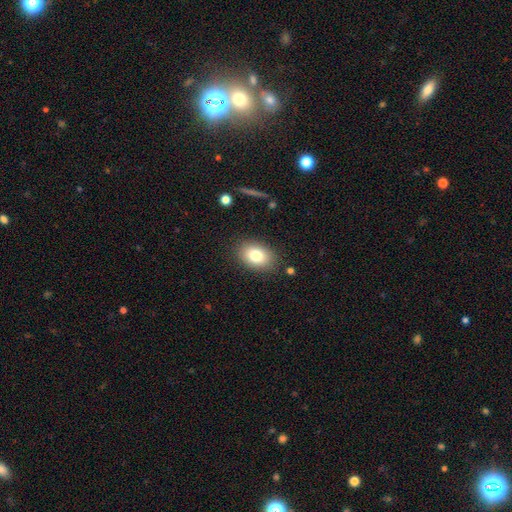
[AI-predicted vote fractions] Smooth or featured? Predicted: smooth (p=0.79). How rounded? Predicted: in between (p=0.80). Merging? Predicted: none (p=0.86).